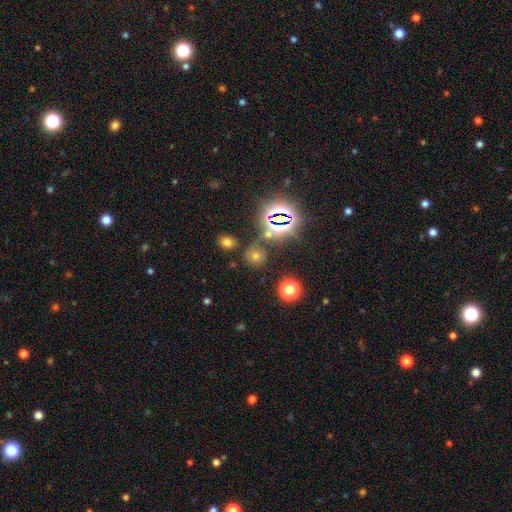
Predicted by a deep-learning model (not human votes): Morphology: type=smooth (47%); merging=none (79%).